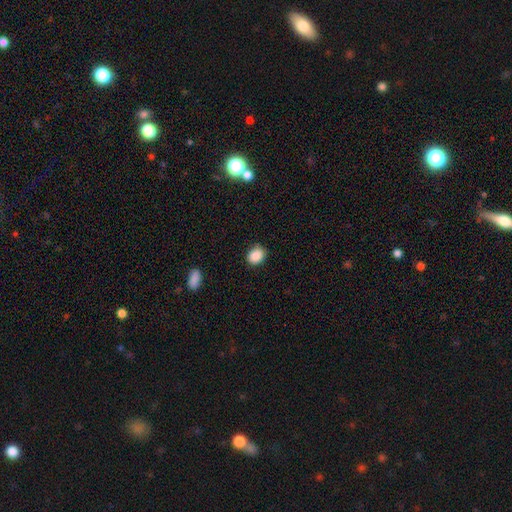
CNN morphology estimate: Smooth or featured: smooth — 88% (star or artifact — 9%)
How rounded: round — 55% (in between — 44%)
Merging: none — 80% (minor disturbance — 16%)